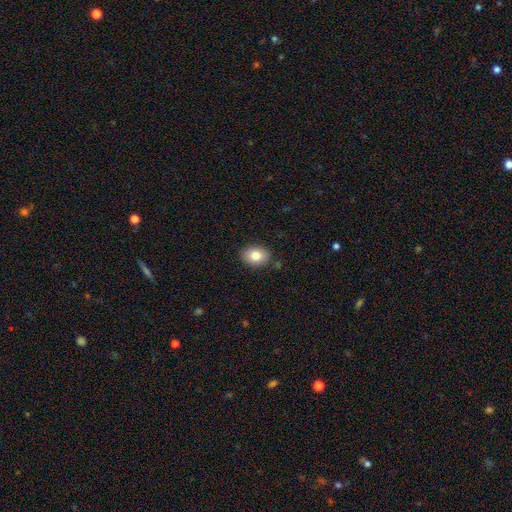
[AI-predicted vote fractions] smooth_or_featured: smooth (p=0.82) [alt: featured or disk p=0.10]
how_rounded: in between (p=0.69) [alt: round p=0.30]
merging: none (p=0.86) [alt: minor disturbance p=0.10]